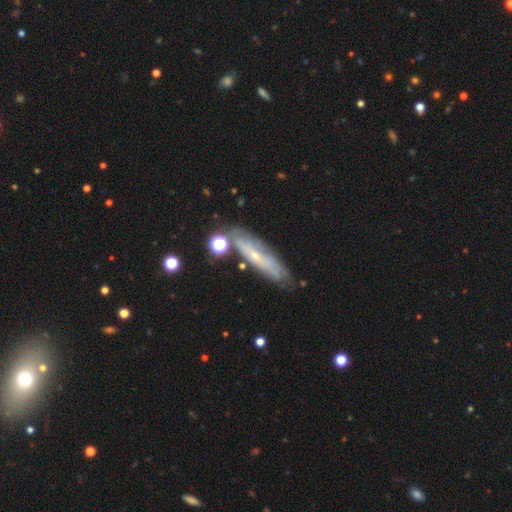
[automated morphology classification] The model was most divided on "edge-on disk": no: 53%, yes: 47%. More confident: merging — none (71%); smooth or featured — featured or disk (58%).